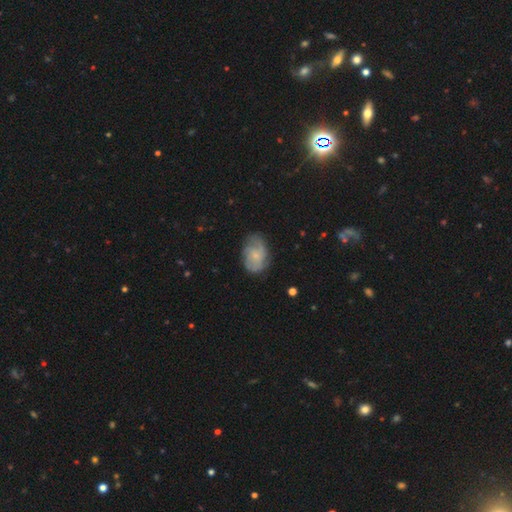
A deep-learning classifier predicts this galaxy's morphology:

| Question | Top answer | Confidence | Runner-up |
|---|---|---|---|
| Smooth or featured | featured or disk | 61% | smooth (32%) |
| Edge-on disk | no | 97% | yes (3%) |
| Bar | no | 72% | weak (25%) |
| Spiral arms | yes | 87% | no (13%) |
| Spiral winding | medium | 43% | tight (33%) |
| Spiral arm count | can't tell | 32% | tied: 2 (32%) |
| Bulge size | small | 62% | moderate (21%) |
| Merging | none | 66% | minor disturbance (23%) |